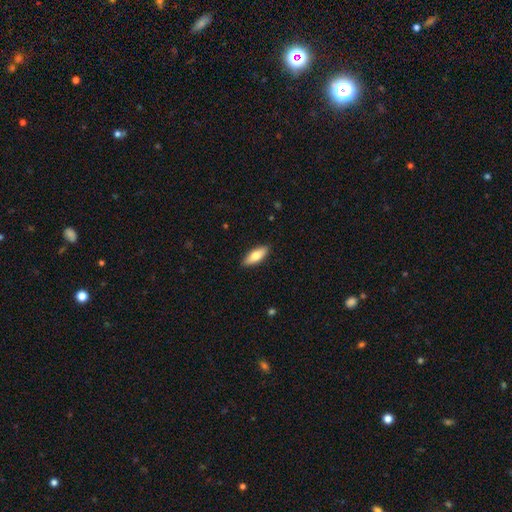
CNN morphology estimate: Q: Smooth or featured?
A: smooth (74%); runner-up: featured or disk (20%)
Q: How rounded?
A: in between (71%); runner-up: cigar-shaped (27%)
Q: Merging?
A: none (89%); runner-up: minor disturbance (8%)